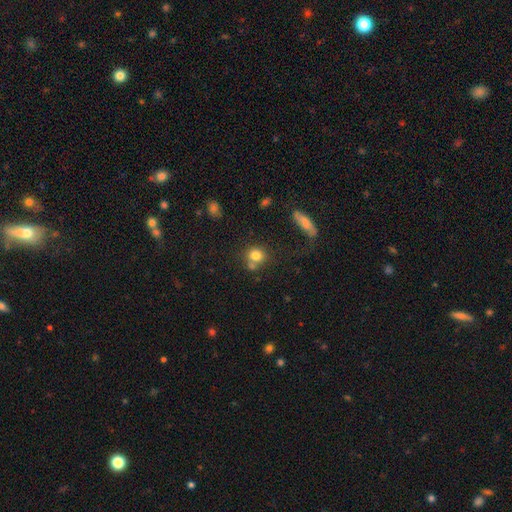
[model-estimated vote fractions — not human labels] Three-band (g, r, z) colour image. It shows a smooth galaxy with no disk features (78%) that is round (79%). Merging: none (55%).